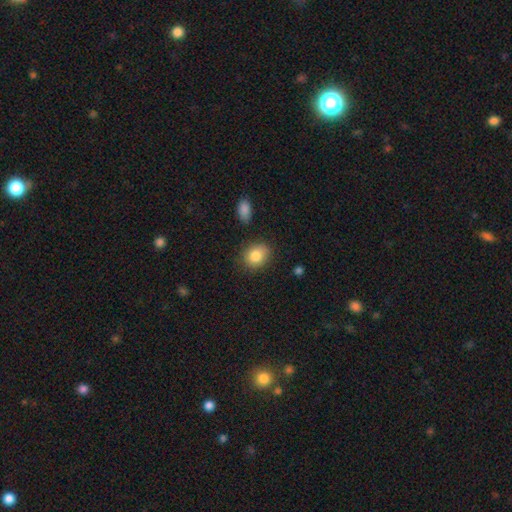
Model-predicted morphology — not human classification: Overall: smooth (84%). How rounded: round (53%; in between 46%). Merging: none (77%).